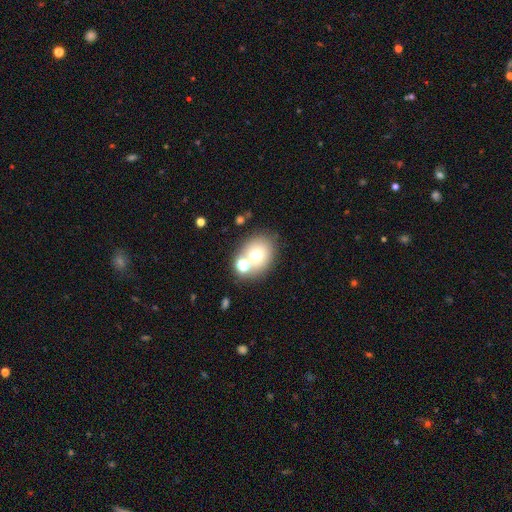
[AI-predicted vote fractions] This appears to be a smooth galaxy with no disk features (65%) that is in between round and cigar-shaped (52%). Merging: none (61%).